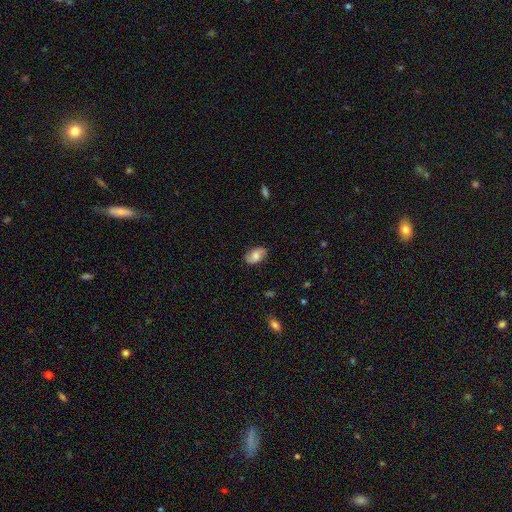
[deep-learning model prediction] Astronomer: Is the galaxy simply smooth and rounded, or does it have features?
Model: smooth — 49% (runner-up: featured or disk, 42%).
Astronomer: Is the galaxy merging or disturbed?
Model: none — 78%.